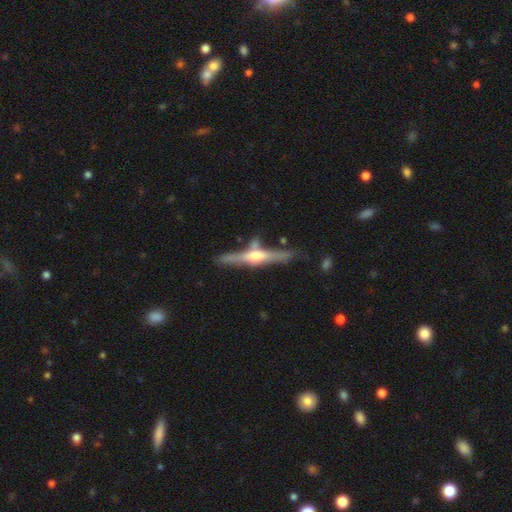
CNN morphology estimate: Smooth or featured: featured or disk — 74% (smooth — 20%)
Edge-on disk: yes — 97% (no — 3%)
Edge-on bulge: rounded — 87% (boxy — 8%)
Merging: none — 72% (minor disturbance — 15%)